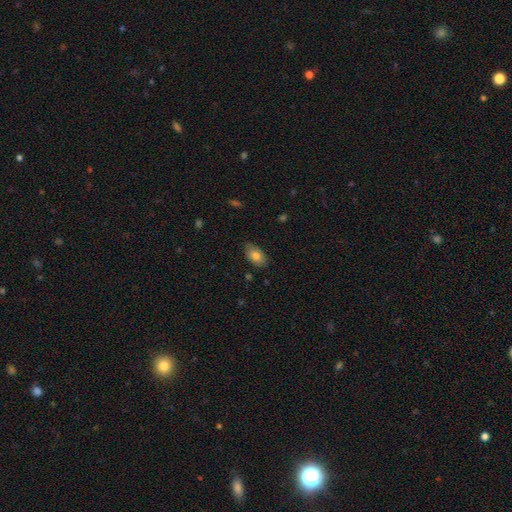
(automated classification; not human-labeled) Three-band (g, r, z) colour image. It shows a smooth galaxy with no disk features (76%) that is in between round and cigar-shaped (92%). Merging: none (78%).